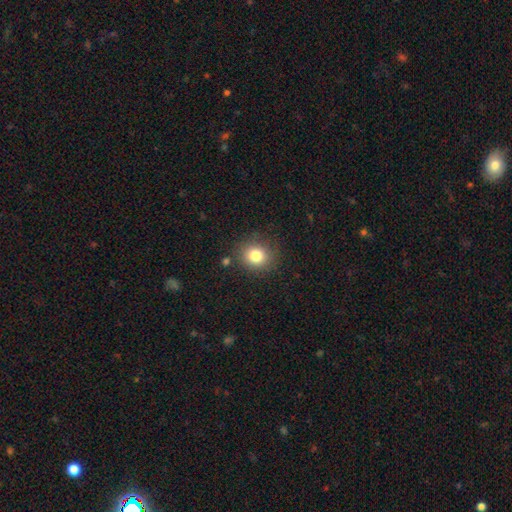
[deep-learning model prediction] Morphology: type=smooth (81%); roundness=round (83%); merging=none (84%).